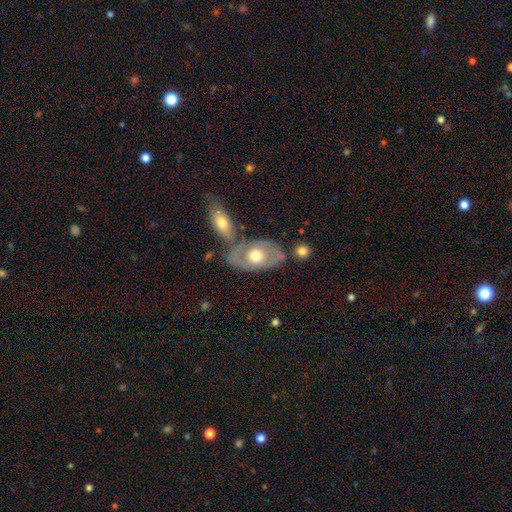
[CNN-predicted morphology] Smooth or featured: featured or disk — 55% (smooth — 39%)
Edge-on disk: no — 88% (yes — 12%)
Merging: none — 58% (merger — 19%)